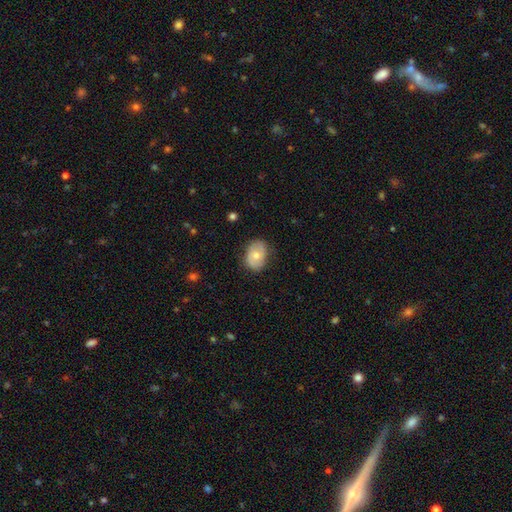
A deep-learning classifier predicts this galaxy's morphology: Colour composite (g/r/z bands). It shows a smooth galaxy with no disk features (64%) that is in between round and cigar-shaped (77%). Merging: none (76%).